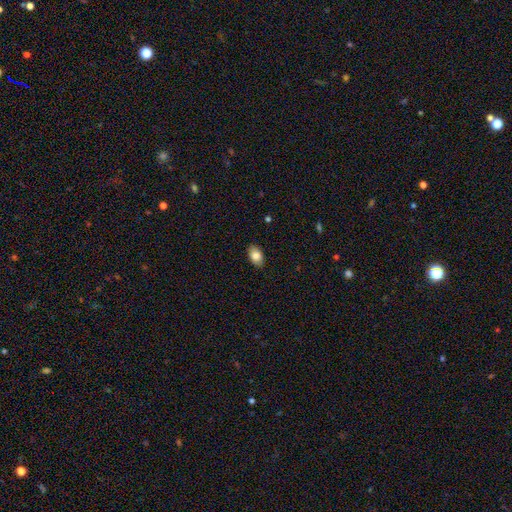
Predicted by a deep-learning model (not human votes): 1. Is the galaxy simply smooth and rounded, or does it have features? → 84% smooth, 9% featured or disk, 7% star or artifact.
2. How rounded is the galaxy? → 89% in between, 10% round, 1% cigar-shaped.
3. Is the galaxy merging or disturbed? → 87% none, 10% minor disturbance, 2% major disturbance, 1% merger.